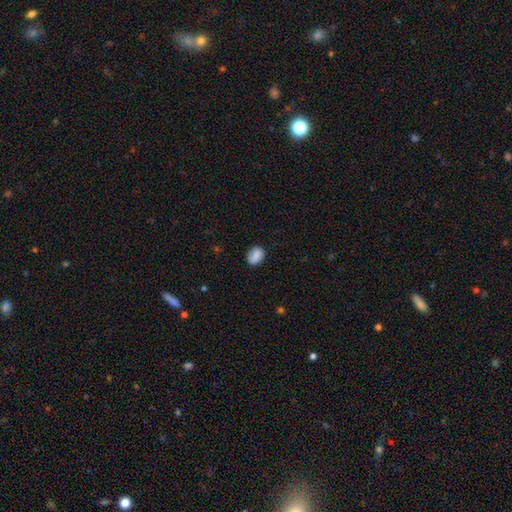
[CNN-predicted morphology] Q: Smooth or featured?
A: smooth (86%); runner-up: star or artifact (8%)
Q: How rounded?
A: in between (65%); runner-up: round (34%)
Q: Merging?
A: none (80%); runner-up: minor disturbance (15%)